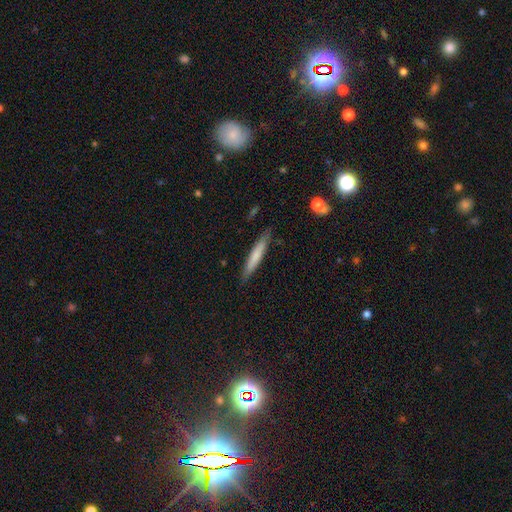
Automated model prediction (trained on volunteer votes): Smooth or featured? smooth (68%)
How rounded? cigar-shaped (94%)
Merging? none (86%)